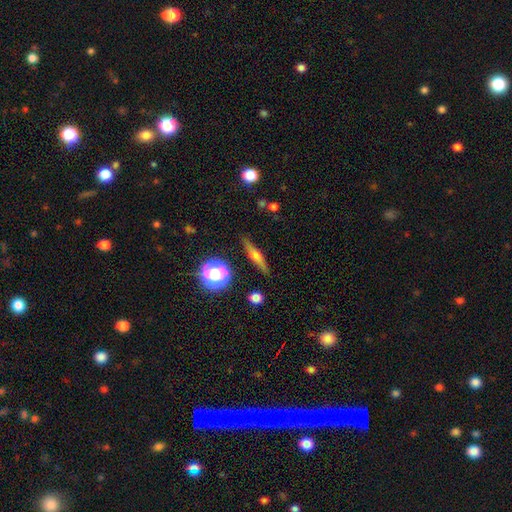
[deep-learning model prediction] smooth_or_featured: featured or disk (p=0.52) [alt: smooth p=0.37]
disk_edge_on: yes (p=0.93) [alt: no p=0.07]
merging: none (p=0.87) [alt: minor disturbance p=0.09]